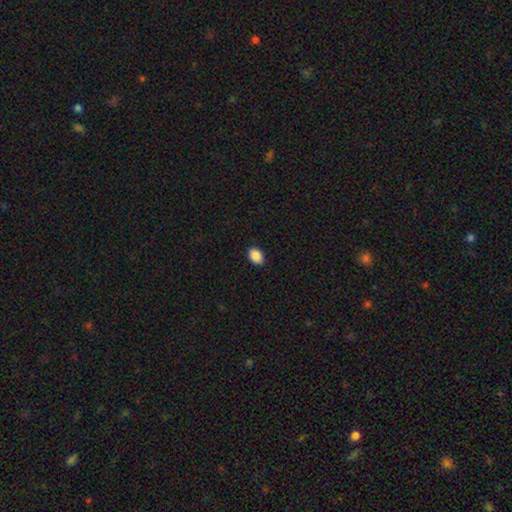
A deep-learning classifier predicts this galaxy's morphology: smooth 90%, star or artifact 8%, featured or disk 3%. Down the decision tree: how rounded — in between (82%); merging — none (89%).